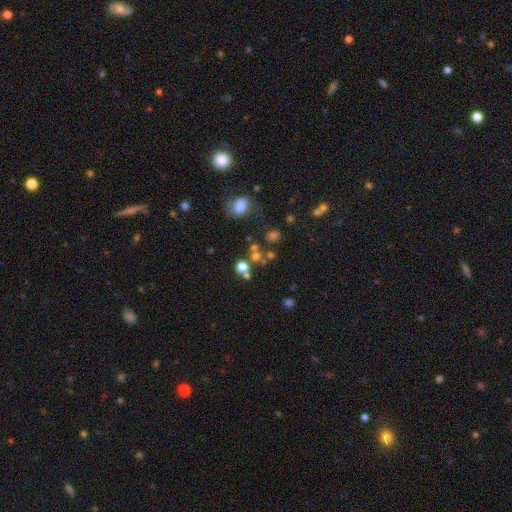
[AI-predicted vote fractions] smooth-or-featured: smooth: 61% | star or artifact: 26% | featured or disk: 13%
  how-rounded: round: 84% | in between: 15% | cigar-shaped: 1%
  merging: none: 59% | merger: 25% | minor disturbance: 10% | major disturbance: 6%